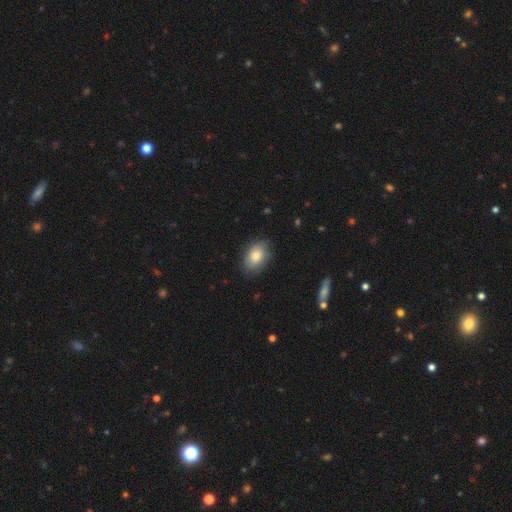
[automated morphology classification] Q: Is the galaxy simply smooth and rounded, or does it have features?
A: smooth — 79%.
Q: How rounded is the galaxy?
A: in between — 84%.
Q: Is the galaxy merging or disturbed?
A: none — 79%.